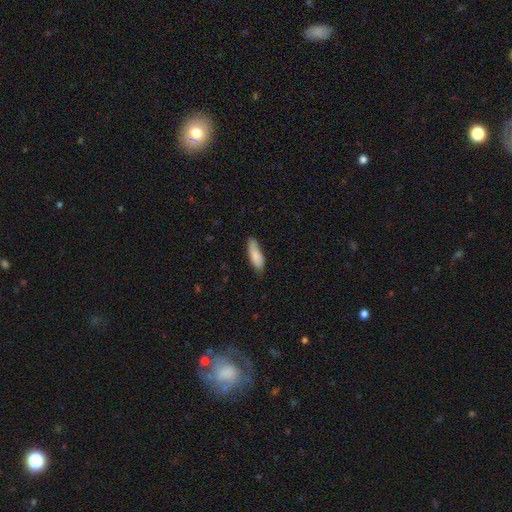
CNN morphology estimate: The model was most divided on "how rounded": in between: 55%, cigar-shaped: 43%, round: 2%. More confident: smooth or featured — smooth (83%); merging — none (72%).